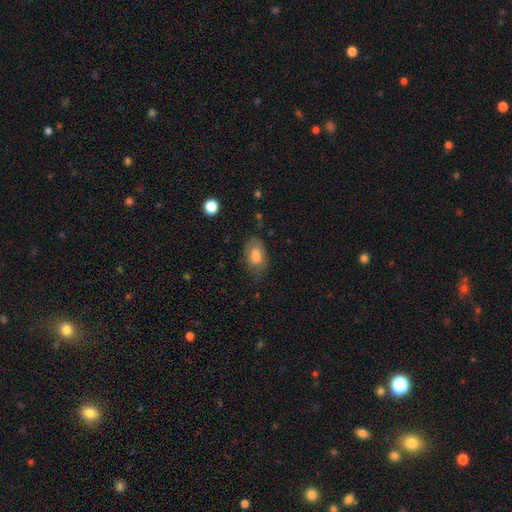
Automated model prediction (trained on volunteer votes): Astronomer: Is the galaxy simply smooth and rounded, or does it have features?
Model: smooth — 75%.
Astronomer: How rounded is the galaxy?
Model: in between — 90%.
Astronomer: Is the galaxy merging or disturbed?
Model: none — 63%.